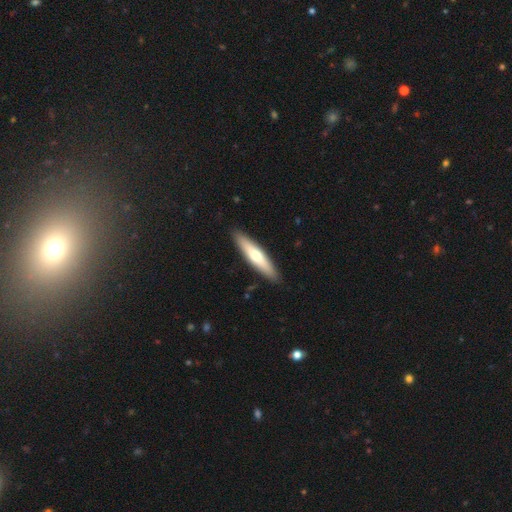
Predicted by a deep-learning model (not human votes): The model was most divided on "smooth or featured": smooth: 57%, featured or disk: 39%, star or artifact: 5%. More confident: merging — none (91%); how rounded — cigar-shaped (80%).